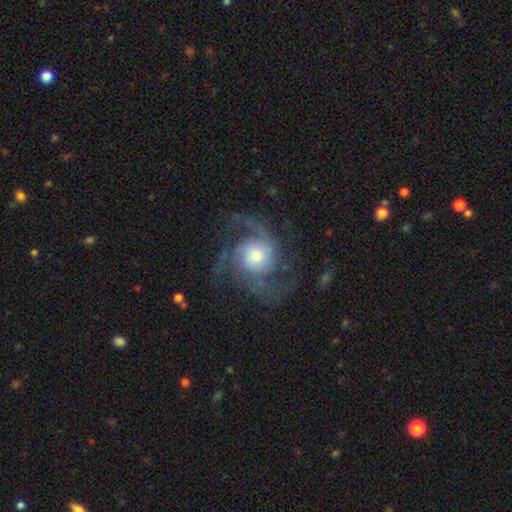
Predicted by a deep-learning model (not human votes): Overall: featured or disk (86%). Edge-on disk: no (98%). Bar: no (70%). Spiral arms: yes (97%). Spiral arm count: 2 (48%; 3 28%). Spiral winding: medium (52%; loose 29%). Bulge size: moderate (49%; large 27%). Merging: none (66%).